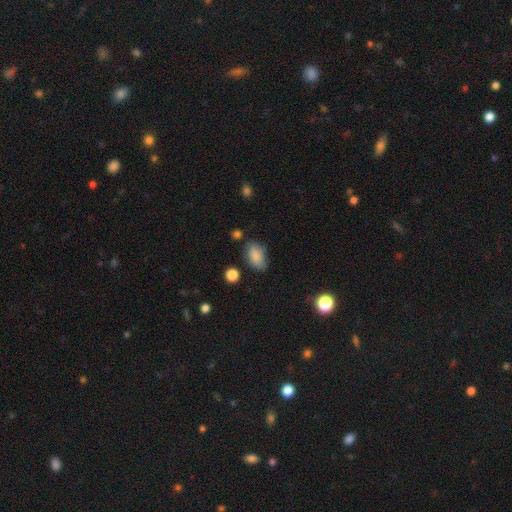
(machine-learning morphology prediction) A smooth galaxy with no disk features (85%) that is in between round and cigar-shaped (91%). Merging: none (69%).